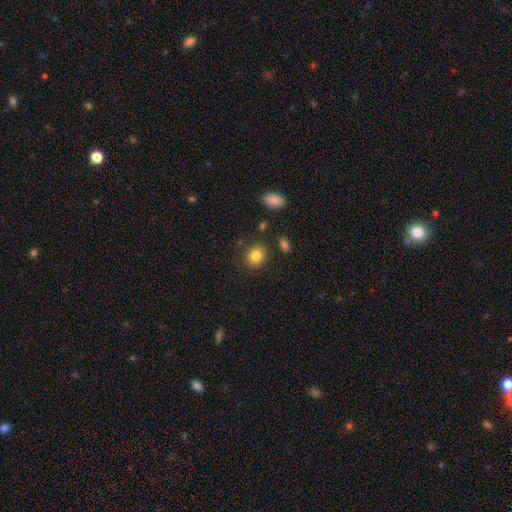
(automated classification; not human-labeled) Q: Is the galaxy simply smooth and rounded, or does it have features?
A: smooth — 84%.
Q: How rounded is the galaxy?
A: round — 75%.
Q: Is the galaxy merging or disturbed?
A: none — 85%.